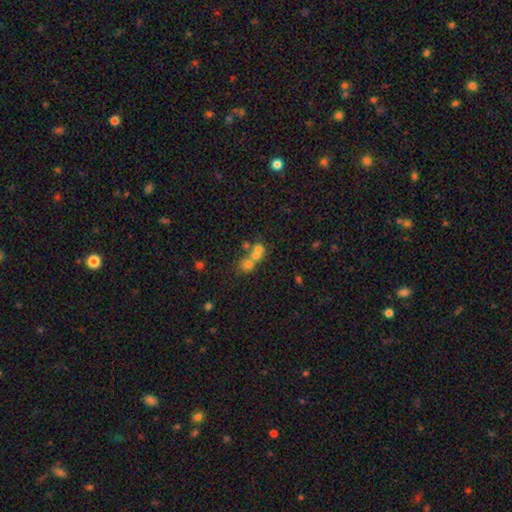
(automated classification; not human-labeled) smooth-or-featured: smooth: 60% | featured or disk: 23% | star or artifact: 18%
  how-rounded: round: 80% | in between: 19% | cigar-shaped: 1%
  merging: merger: 60% | none: 31% | minor disturbance: 5% | major disturbance: 4%